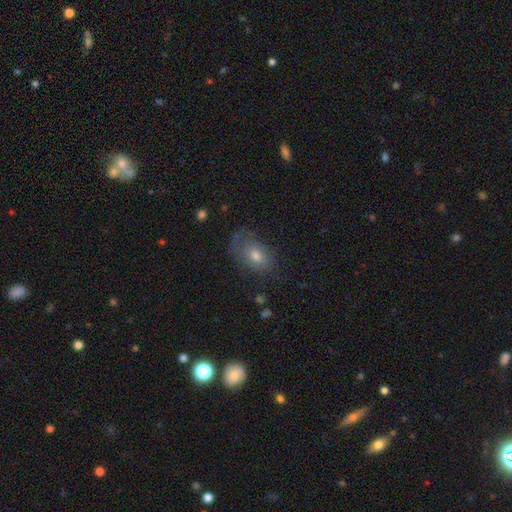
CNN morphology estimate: Smooth or featured? smooth (58%)
How rounded? in between (76%)
Merging? none (56%)